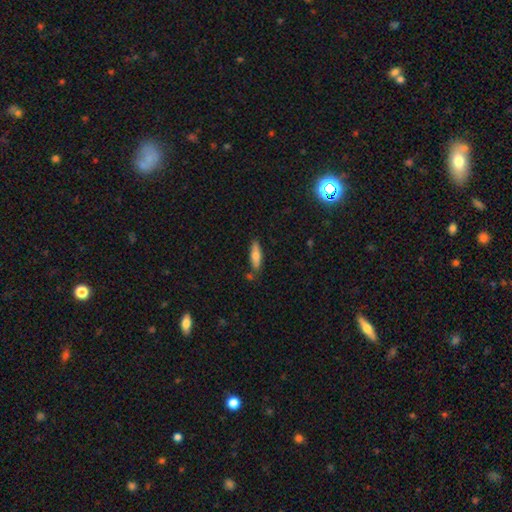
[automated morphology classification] smooth_or_featured: smooth (p=0.67) [alt: featured or disk p=0.26]
how_rounded: cigar-shaped (p=0.59) [alt: in between p=0.38]
merging: none (p=0.77) [alt: minor disturbance p=0.14]